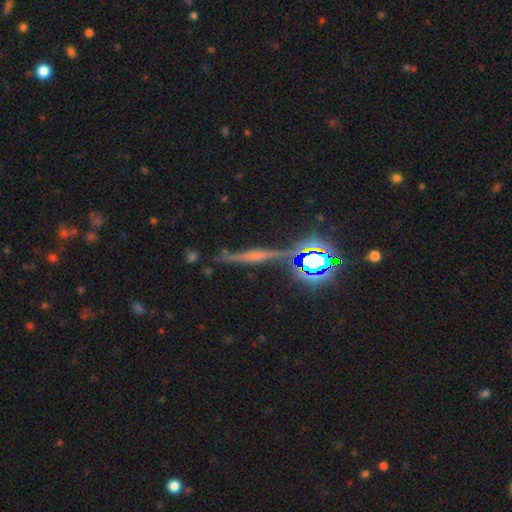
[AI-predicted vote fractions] Smooth or featured? featured or disk (52%)
Edge-on disk? yes (94%)
Merging? none (82%)